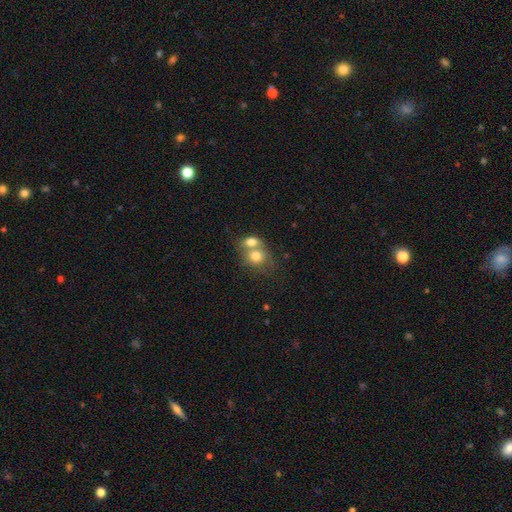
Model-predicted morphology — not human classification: Overall: smooth (75%). How rounded: round (59%; in between 40%). Merging: merger (66%).